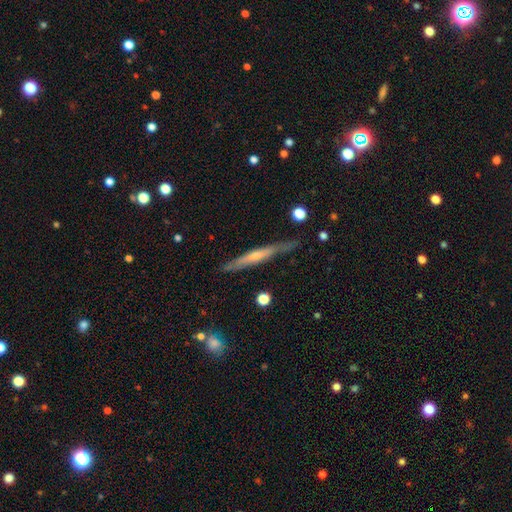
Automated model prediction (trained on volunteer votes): smooth_or_featured: featured or disk (p=0.65) [alt: smooth p=0.29]
disk_edge_on: yes (p=0.95) [alt: no p=0.05]
edge_on_bulge: rounded (p=0.54) [alt: none p=0.39]
merging: none (p=0.81) [alt: minor disturbance p=0.15]